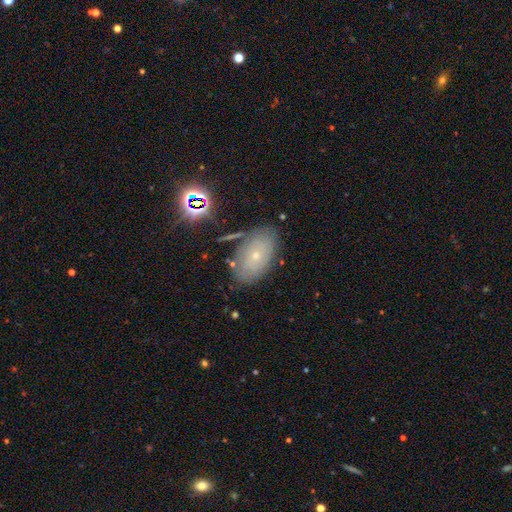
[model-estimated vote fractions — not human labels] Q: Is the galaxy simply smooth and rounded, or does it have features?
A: smooth — 48%.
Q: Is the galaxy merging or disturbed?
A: none — 77%.